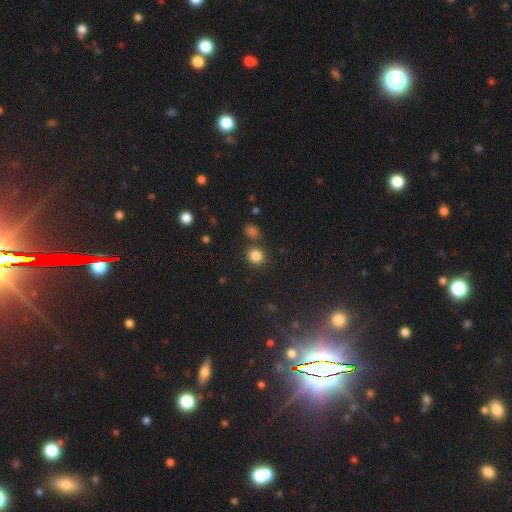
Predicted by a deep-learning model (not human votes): Smooth or featured? smooth (83%)
How rounded? round (88%)
Merging? none (77%)